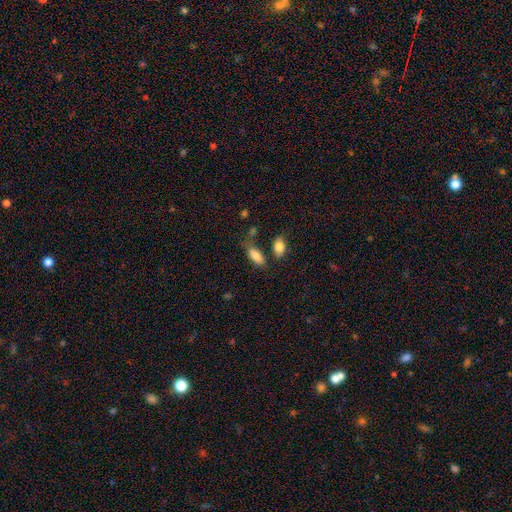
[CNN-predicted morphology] A smooth galaxy with no disk features (82%) that is in between round and cigar-shaped (81%). Merging: none (60%).